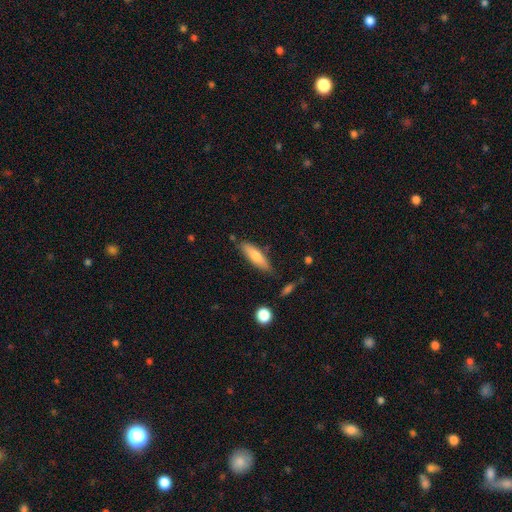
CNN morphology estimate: A smooth galaxy with no disk features (69%) that is cigar-shaped (65%). Merging: none (79%).